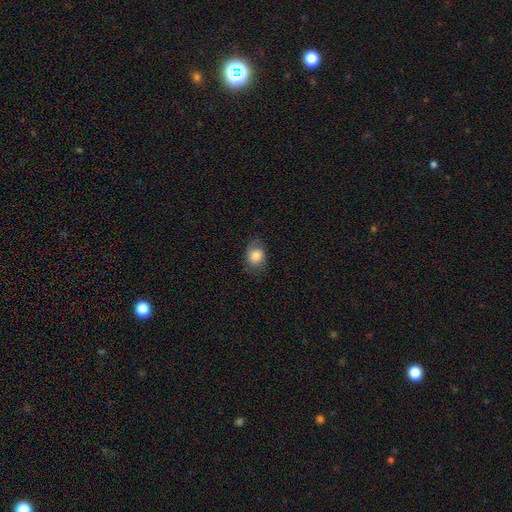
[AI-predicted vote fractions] smooth-or-featured: smooth: 81% | featured or disk: 11% | star or artifact: 8%
  how-rounded: in between: 51% | round: 48% | cigar-shaped: 1%
  merging: none: 70% | minor disturbance: 21% | major disturbance: 7% | merger: 1%